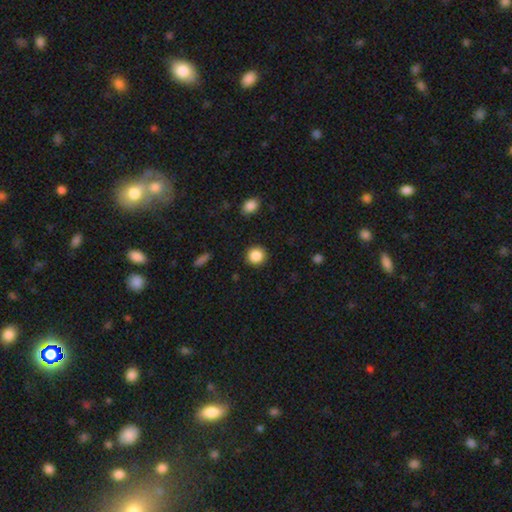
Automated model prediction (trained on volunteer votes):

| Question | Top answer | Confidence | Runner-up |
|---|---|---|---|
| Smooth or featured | smooth | 87% | star or artifact (9%) |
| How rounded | round | 92% | in between (7%) |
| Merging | none | 91% | minor disturbance (6%) |